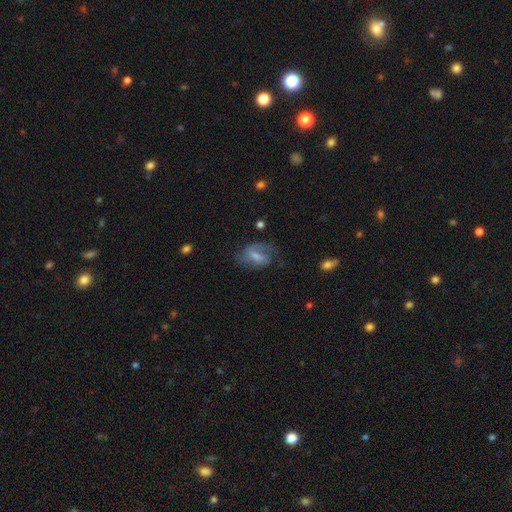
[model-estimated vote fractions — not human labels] Smooth or featured: featured or disk — 57% (smooth — 35%)
Edge-on disk: no — 96% (yes — 4%)
Bar: weak — 50% (no — 25%)
Spiral arms: yes — 82% (no — 18%)
Bulge size: moderate — 39% (small — 29%)
Merging: none — 50% (minor disturbance — 24%)